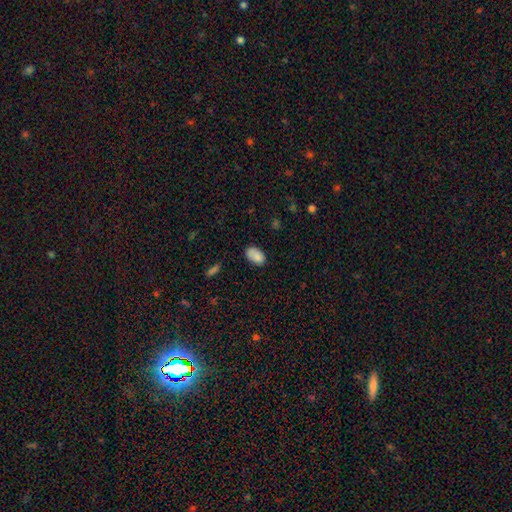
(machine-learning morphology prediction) type=smooth (86%); roundness=in between (92%); merging=none (76%).